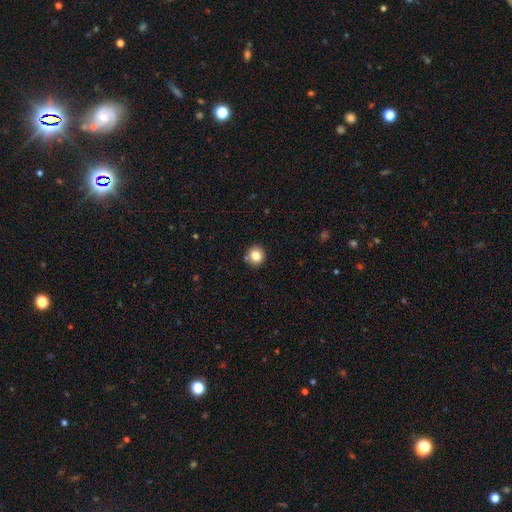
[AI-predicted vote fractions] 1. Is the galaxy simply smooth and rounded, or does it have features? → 81% smooth, 11% star or artifact, 8% featured or disk.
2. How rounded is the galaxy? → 89% round, 10% in between, 1% cigar-shaped.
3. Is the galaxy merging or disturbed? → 86% none, 8% minor disturbance, 4% merger, 2% major disturbance.